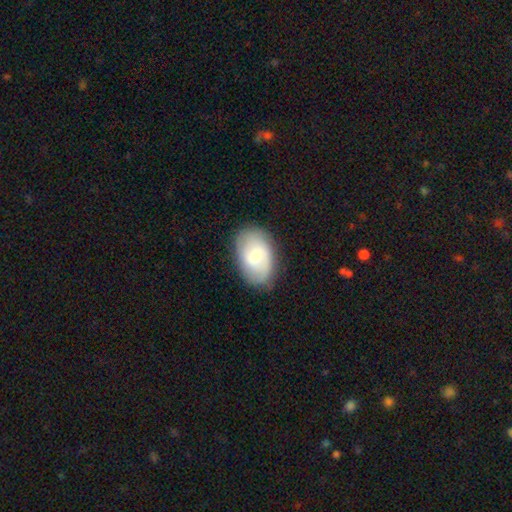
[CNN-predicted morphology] Smooth or featured? smooth (57%)
How rounded? in between (87%)
Merging? none (78%)